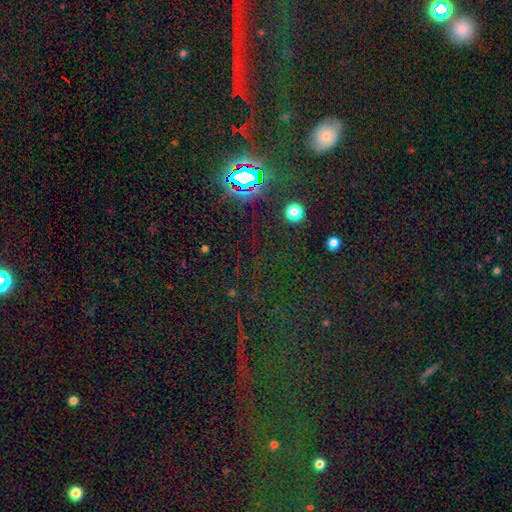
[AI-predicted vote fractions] Q: Smooth or featured?
A: star or artifact (79%); runner-up: smooth (13%)